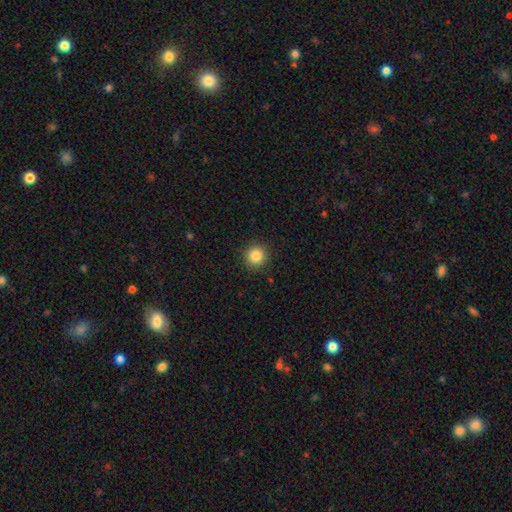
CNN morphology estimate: Q: Smooth or featured?
A: smooth (86%); runner-up: star or artifact (10%)
Q: How rounded?
A: round (94%); runner-up: in between (5%)
Q: Merging?
A: none (91%); runner-up: minor disturbance (6%)